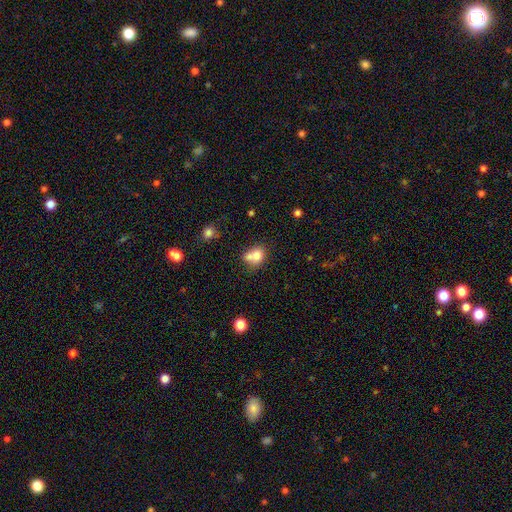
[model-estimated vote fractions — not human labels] smooth_or_featured: smooth (p=0.74) [alt: featured or disk p=0.15]
how_rounded: round (p=0.55) [alt: in between p=0.44]
merging: merger (p=0.49) [alt: none p=0.33]